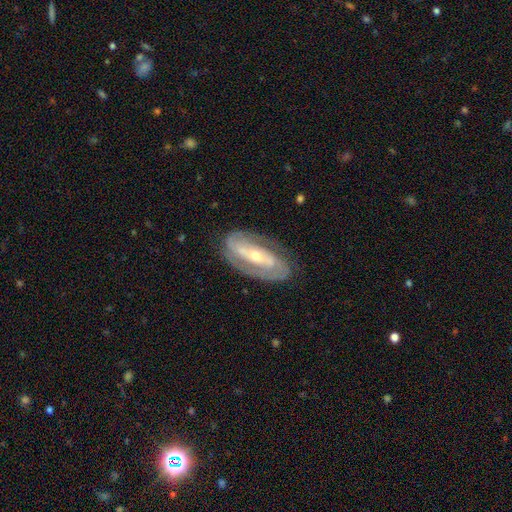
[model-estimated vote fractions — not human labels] Smooth or featured: featured or disk — 85% (smooth — 10%)
Edge-on disk: no — 93% (yes — 7%)
Bar: strong — 48% (no — 28%)
Spiral arms: yes — 90% (no — 10%)
Spiral winding: tight — 51% (medium — 37%)
Spiral arm count: 2 — 81% (can't tell — 11%)
Bulge size: small — 52% (moderate — 44%)
Merging: none — 78% (minor disturbance — 14%)